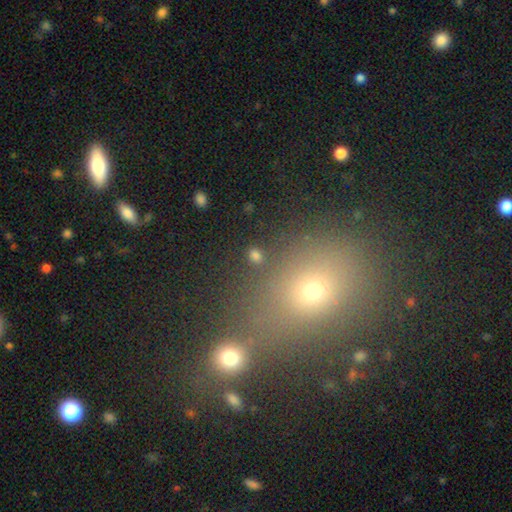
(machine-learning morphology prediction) smooth_or_featured: smooth (p=0.74) [alt: star or artifact p=0.20]
how_rounded: round (p=0.59) [alt: in between p=0.39]
merging: none (p=0.84) [alt: minor disturbance p=0.08]